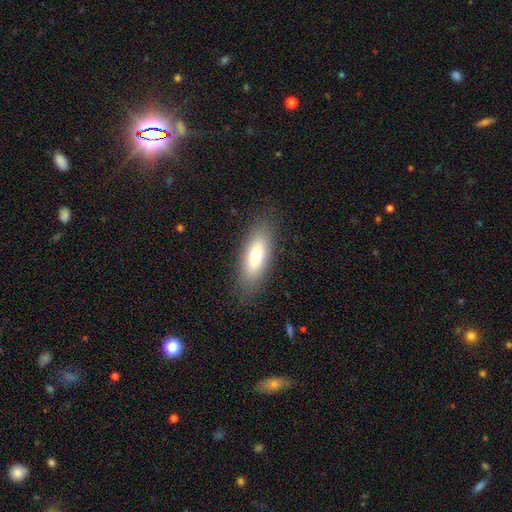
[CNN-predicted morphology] smooth_or_featured: smooth (p=0.72) [alt: featured or disk p=0.21]
how_rounded: in between (p=0.65) [alt: cigar-shaped p=0.33]
merging: none (p=0.85) [alt: minor disturbance p=0.10]